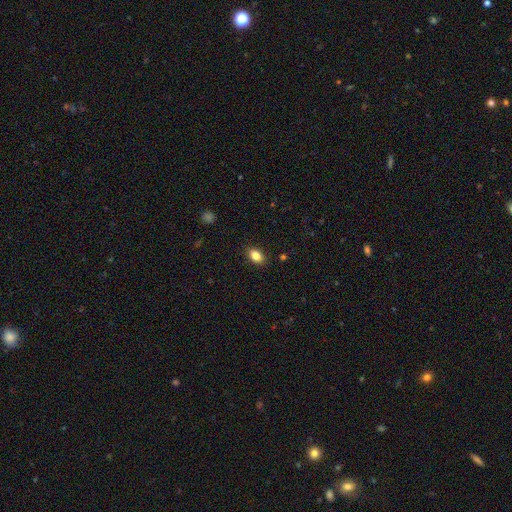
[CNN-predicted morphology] Smooth or featured: smooth — 85% (star or artifact — 9%)
How rounded: in between — 83% (round — 15%)
Merging: none — 88% (minor disturbance — 9%)